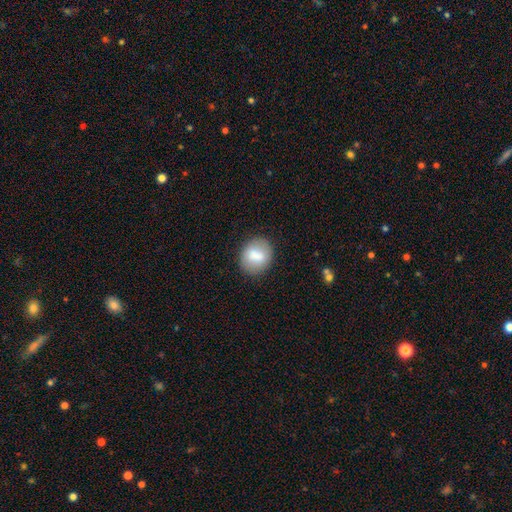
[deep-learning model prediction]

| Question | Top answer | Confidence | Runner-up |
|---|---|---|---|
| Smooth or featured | smooth | 76% | featured or disk (17%) |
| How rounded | round | 62% | in between (37%) |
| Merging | none | 82% | minor disturbance (12%) |